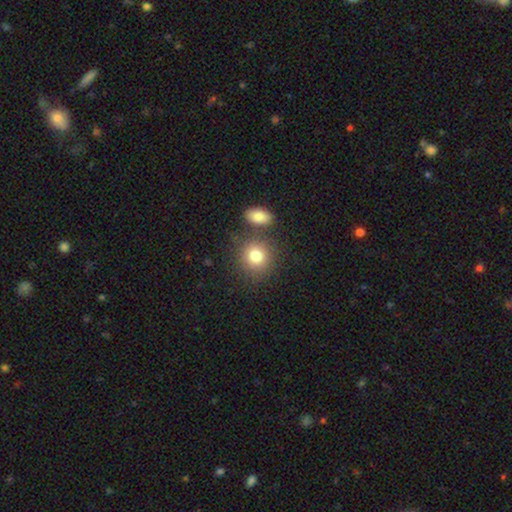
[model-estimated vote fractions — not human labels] Morphology: type=smooth (81%); roundness=round (83%); merging=none (70%).